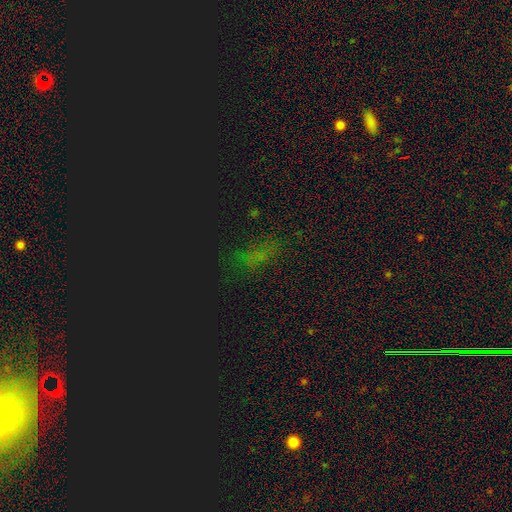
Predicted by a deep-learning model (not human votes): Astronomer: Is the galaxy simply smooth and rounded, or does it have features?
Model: star or artifact — 58%.